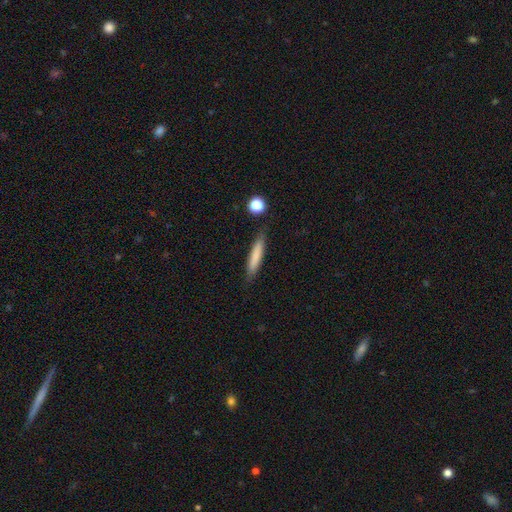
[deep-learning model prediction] smooth_or_featured: smooth (p=0.77) [alt: featured or disk p=0.17]
how_rounded: cigar-shaped (p=0.91) [alt: in between p=0.08]
merging: none (p=0.85) [alt: minor disturbance p=0.11]